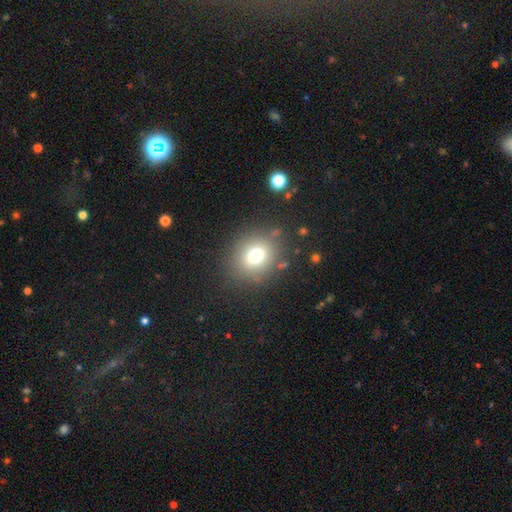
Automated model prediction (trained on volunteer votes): Smooth or featured: smooth — 72% (star or artifact — 16%)
How rounded: round — 73% (in between — 26%)
Merging: none — 81% (minor disturbance — 10%)